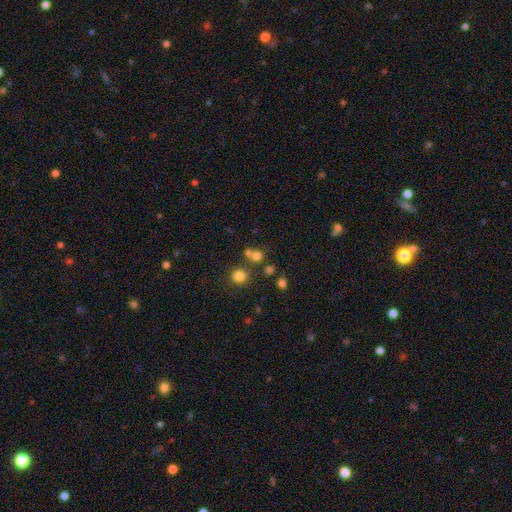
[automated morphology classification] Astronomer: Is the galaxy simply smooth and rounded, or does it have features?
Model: smooth — 70%.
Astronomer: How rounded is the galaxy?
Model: round — 87%.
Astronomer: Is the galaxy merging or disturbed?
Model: none — 60%.